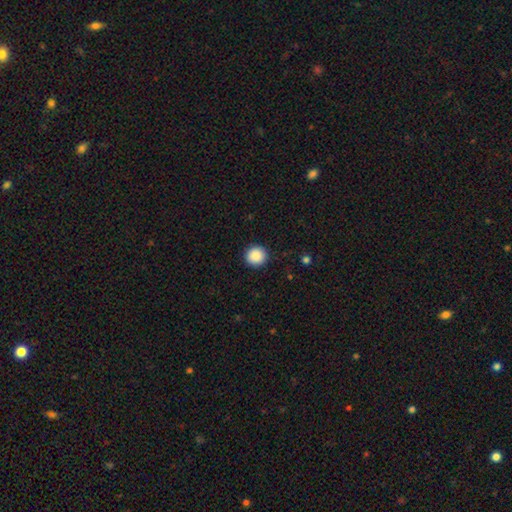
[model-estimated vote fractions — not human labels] smooth 89%, star or artifact 9%, featured or disk 3%. Down the decision tree: how rounded — round (95%); merging — none (93%).